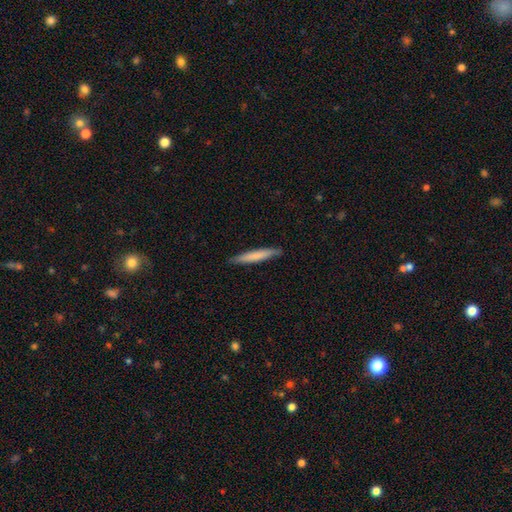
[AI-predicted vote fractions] A smooth galaxy with no disk features (72%) that is cigar-shaped (95%). Merging: none (89%).